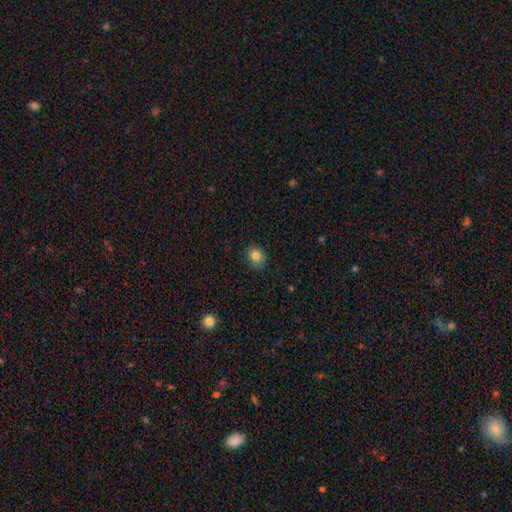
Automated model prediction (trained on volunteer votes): Smooth or featured? smooth (82%)
How rounded? round (64%)
Merging? none (85%)